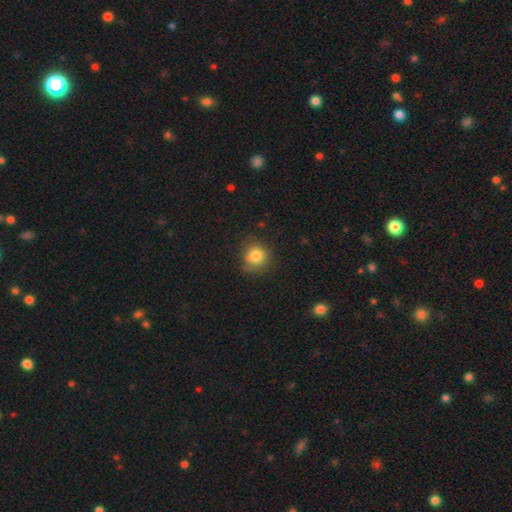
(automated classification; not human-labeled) A smooth galaxy with no disk features (82%) that is round (87%). Merging: none (71%).